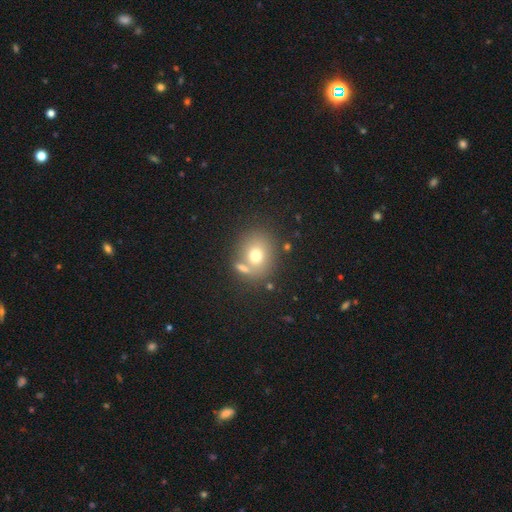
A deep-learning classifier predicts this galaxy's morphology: type=smooth (71%); roundness=round (71%); merging=none (62%).